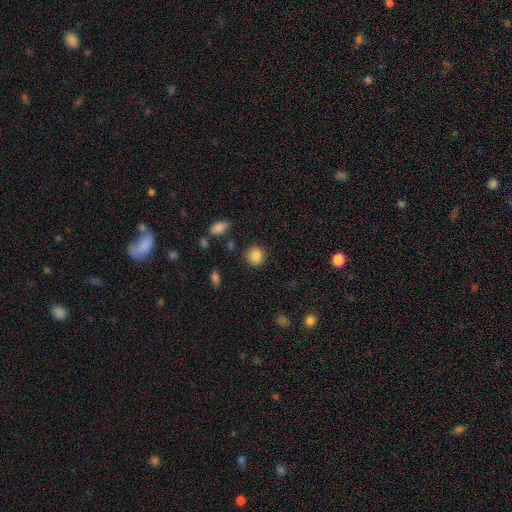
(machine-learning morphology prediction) Smooth or featured? Predicted: smooth (p=0.86). How rounded? Predicted: round (p=0.84). Merging? Predicted: none (p=0.86).